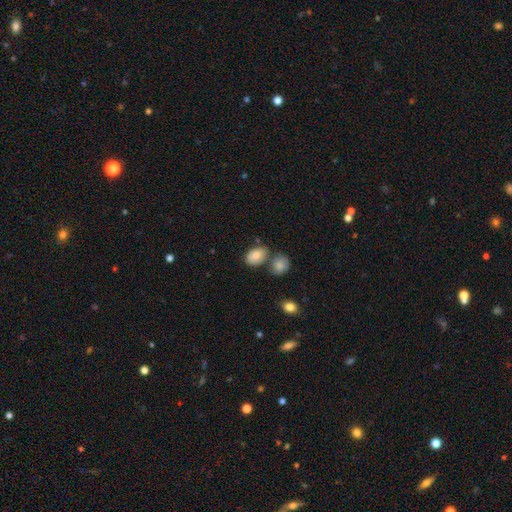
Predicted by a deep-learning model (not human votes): A smooth galaxy with no disk features (83%) that is in between round and cigar-shaped (86%). Merging: none (56%).